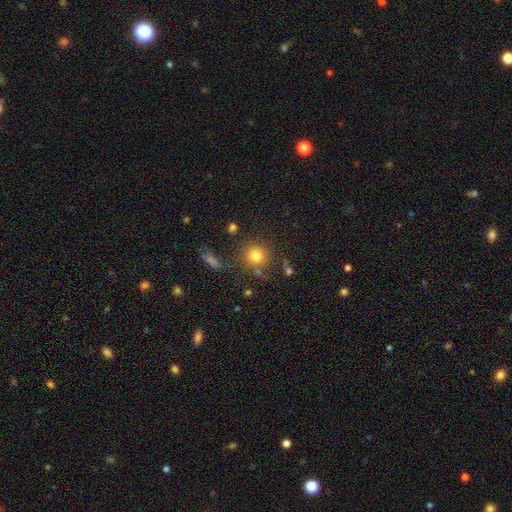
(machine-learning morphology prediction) type=smooth (79%); roundness=round (91%); merging=none (76%).